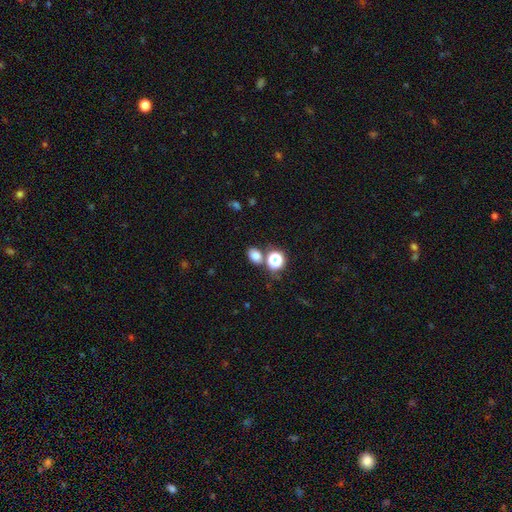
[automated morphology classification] The model was most divided on "how rounded": in between: 61%, round: 38%, cigar-shaped: 1%. More confident: smooth or featured — smooth (75%); merging — none (72%).